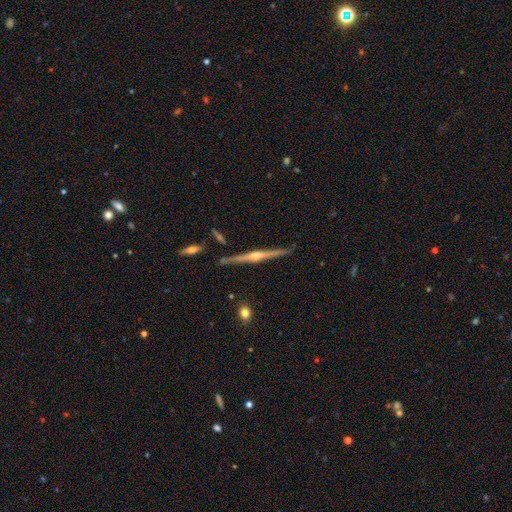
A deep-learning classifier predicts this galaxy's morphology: Smooth or featured? Predicted: featured or disk (p=0.85). Edge-on disk? Predicted: yes (p=0.98). Edge-on bulge? Predicted: rounded (p=0.88). Merging? Predicted: none (p=0.87).